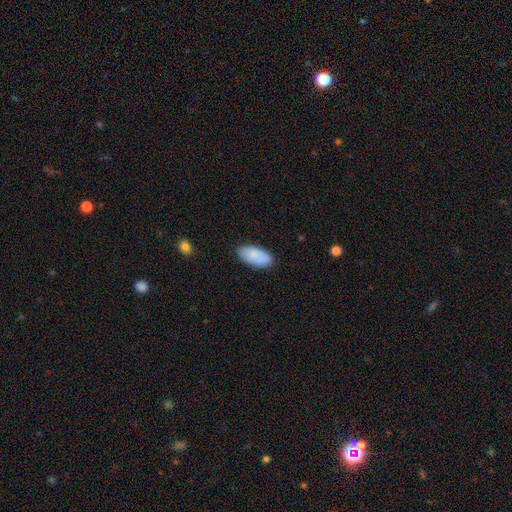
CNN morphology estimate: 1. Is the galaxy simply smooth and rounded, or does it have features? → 82% smooth, 12% featured or disk, 6% star or artifact.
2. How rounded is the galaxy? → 93% in between, 5% cigar-shaped, 2% round.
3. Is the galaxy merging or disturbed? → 86% none, 11% minor disturbance, 2% major disturbance, 1% merger.